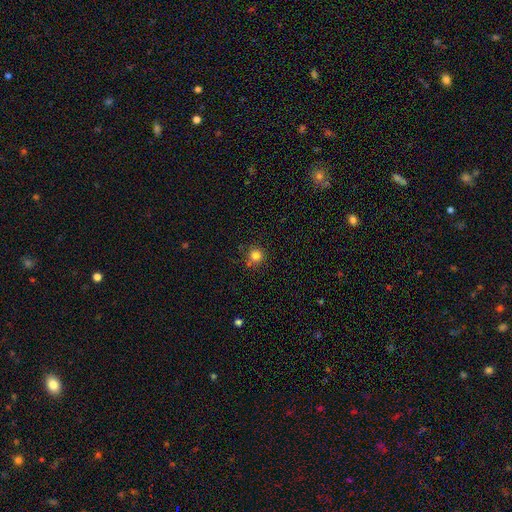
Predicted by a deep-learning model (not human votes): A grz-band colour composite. It shows a smooth galaxy with no disk features (82%) that is round (93%). Merging: none (76%).